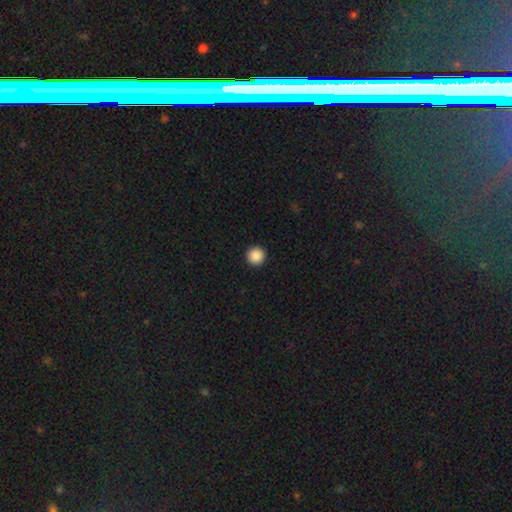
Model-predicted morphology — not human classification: The model was most divided on "smooth or featured": smooth: 88%, star or artifact: 9%, featured or disk: 3%. More confident: how rounded — round (96%); merging — none (94%).